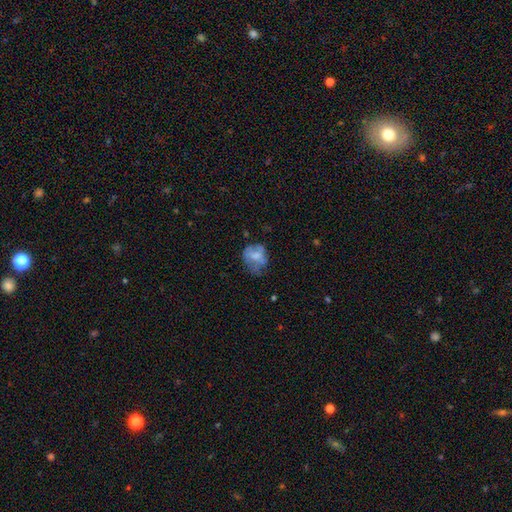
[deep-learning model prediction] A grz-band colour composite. It shows a smooth galaxy with no disk features (57%) that is round (57%). Merging: none (41%).